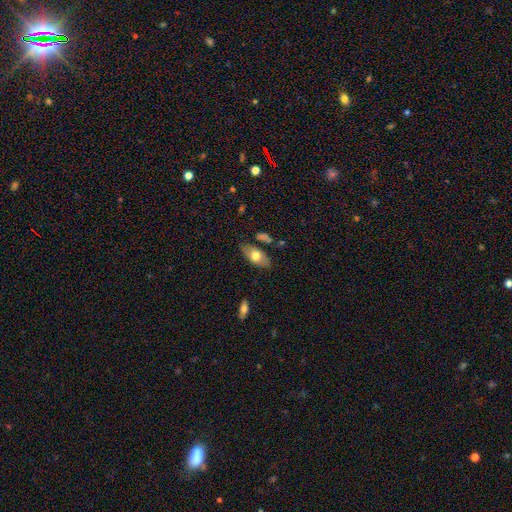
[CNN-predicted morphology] Smooth or featured? smooth (67%)
How rounded? in between (90%)
Merging? none (75%)